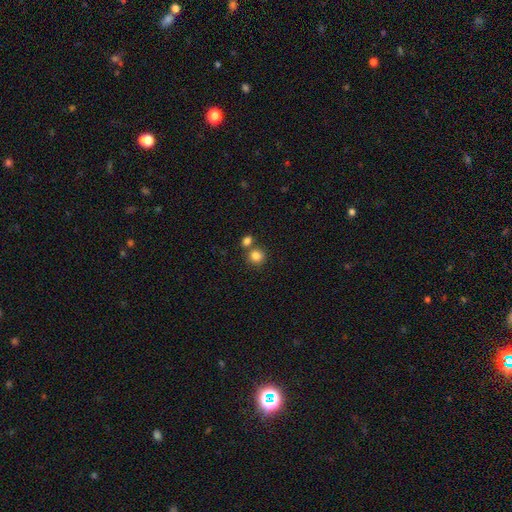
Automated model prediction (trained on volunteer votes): Smooth or featured?
  - smooth: 83% *
  - star or artifact: 11%
  - featured or disk: 6%
How rounded?
  - round: 85% *
  - in between: 14%
  - cigar-shaped: 1%
Merging?
  - none: 62% *
  - merger: 27%
  - minor disturbance: 8%
  - major disturbance: 3%